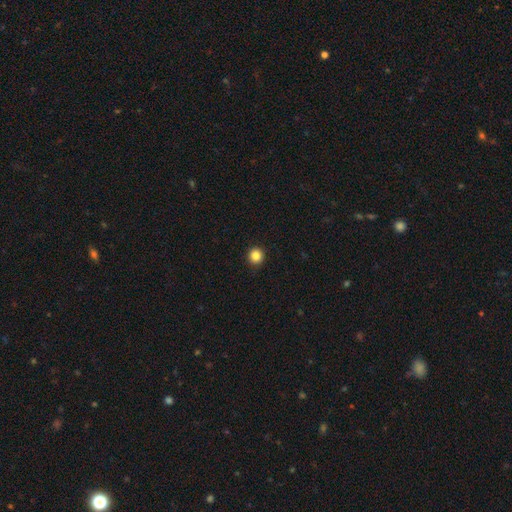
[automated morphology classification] This appears to be a smooth galaxy with no disk features (85%) that is round (94%). Merging: none (93%).